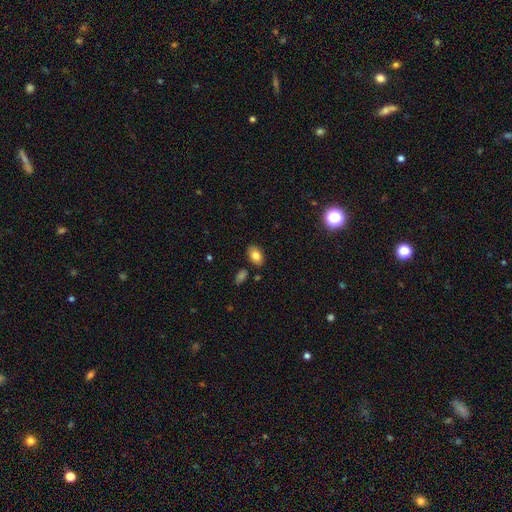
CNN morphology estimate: smooth-or-featured: smooth: 81% | featured or disk: 10% | star or artifact: 9%
  how-rounded: in between: 87% | round: 12% | cigar-shaped: 1%
  merging: none: 83% | minor disturbance: 10% | merger: 4% | major disturbance: 2%